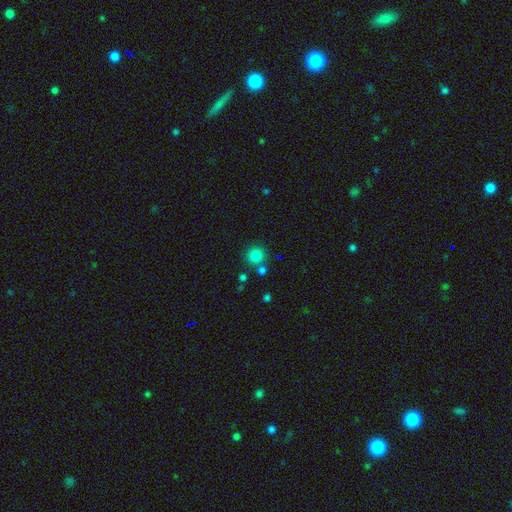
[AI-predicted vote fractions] A smooth galaxy with no disk features (84%) that is round (90%).

Vote fractions:
- Smooth or featured? smooth: 84% / star or artifact: 11% / featured or disk: 5%
- How rounded? round: 90% / in between: 9% / cigar-shaped: 1%
- Merging? none: 75% / merger: 13% / minor disturbance: 9% / major disturbance: 3%